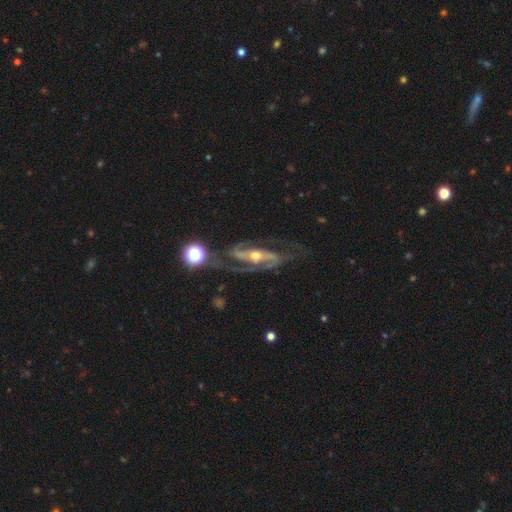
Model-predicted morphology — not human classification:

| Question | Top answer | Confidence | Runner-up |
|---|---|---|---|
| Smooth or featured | featured or disk | 91% | star or artifact (5%) |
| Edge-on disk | no | 94% | yes (6%) |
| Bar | strong | 43% | no (29%) |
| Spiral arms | yes | 98% | no (2%) |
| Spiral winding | medium | 54% | tight (27%) |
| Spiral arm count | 2 | 88% | 3 (4%) |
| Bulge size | moderate | 60% | small (35%) |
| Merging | none | 66% | minor disturbance (18%) |